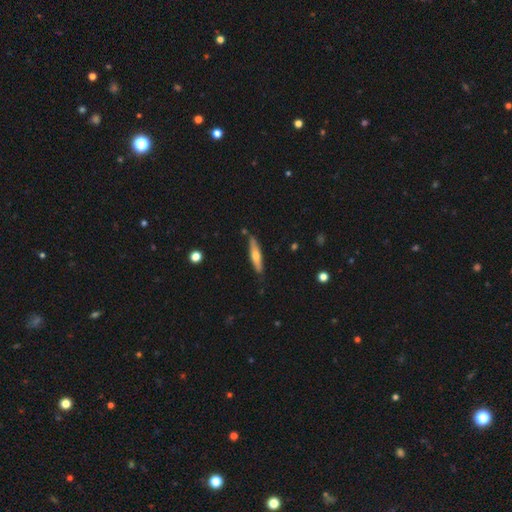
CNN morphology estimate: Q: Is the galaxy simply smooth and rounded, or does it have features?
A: smooth — 49%.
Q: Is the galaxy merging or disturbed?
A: none — 83%.